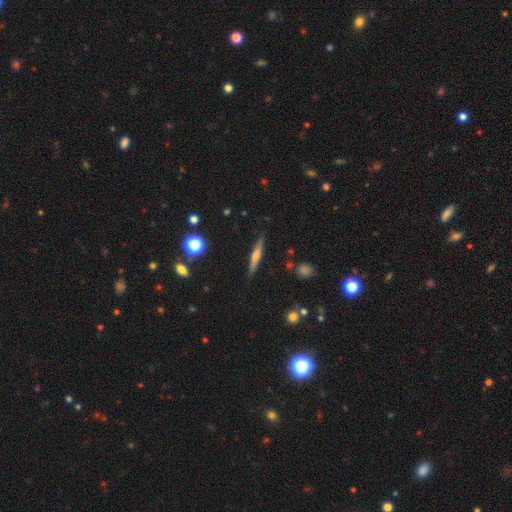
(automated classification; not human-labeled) Q: Smooth or featured?
A: featured or disk (62%); runner-up: smooth (30%)
Q: Edge-on disk?
A: yes (97%); runner-up: no (3%)
Q: Edge-on bulge?
A: rounded (79%); runner-up: none (12%)
Q: Merging?
A: none (88%); runner-up: minor disturbance (9%)